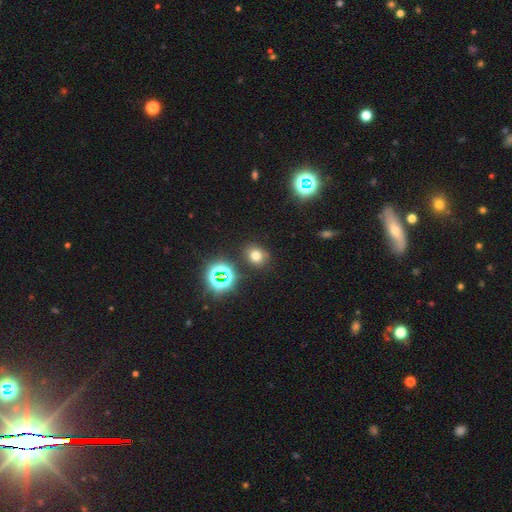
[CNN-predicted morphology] Smooth or featured? Predicted: smooth (p=0.68). How rounded? Predicted: round (p=0.61). Merging? Predicted: none (p=0.84).